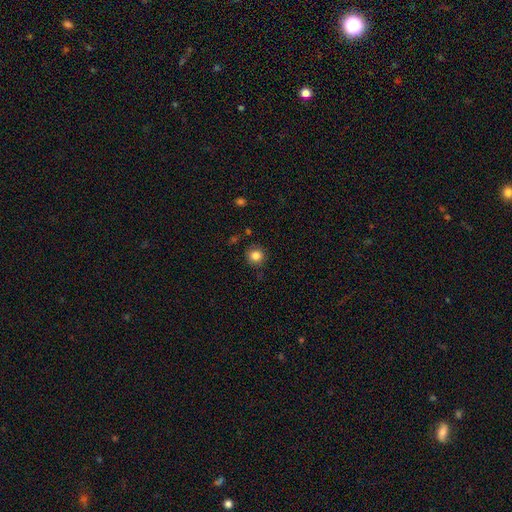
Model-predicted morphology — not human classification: Overall: smooth (84%). How rounded: round (91%). Merging: none (85%).